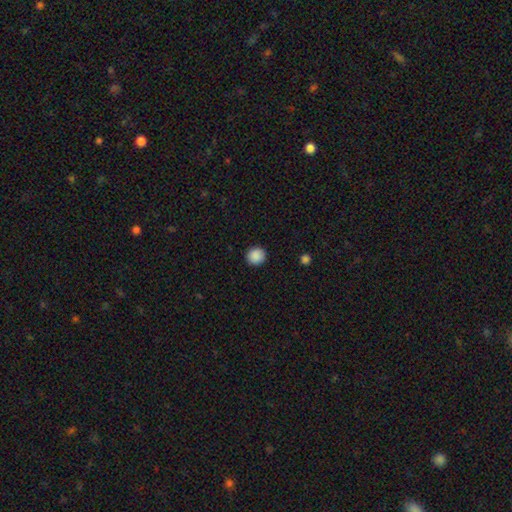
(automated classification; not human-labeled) smooth_or_featured: smooth (p=0.89) [alt: star or artifact p=0.09]
how_rounded: round (p=0.90) [alt: in between p=0.09]
merging: none (p=0.91) [alt: minor disturbance p=0.06]